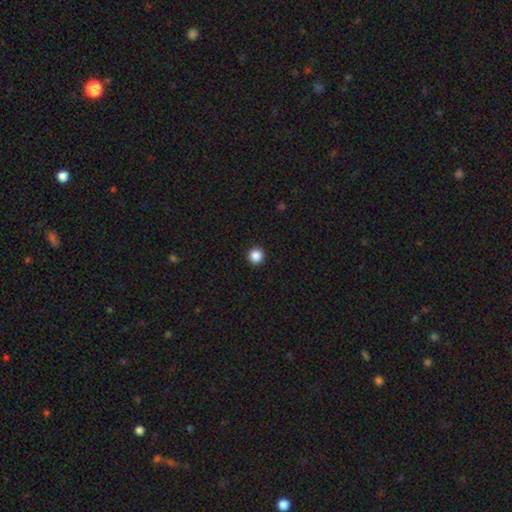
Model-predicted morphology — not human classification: Smooth or featured? Predicted: smooth (p=0.87). How rounded? Predicted: round (p=0.95). Merging? Predicted: none (p=0.93).